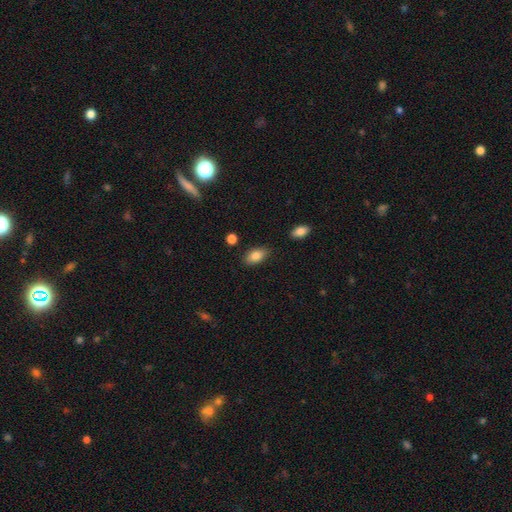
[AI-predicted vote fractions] Smooth or featured? Predicted: smooth (p=0.85). How rounded? Predicted: in between (p=0.91). Merging? Predicted: none (p=0.82).